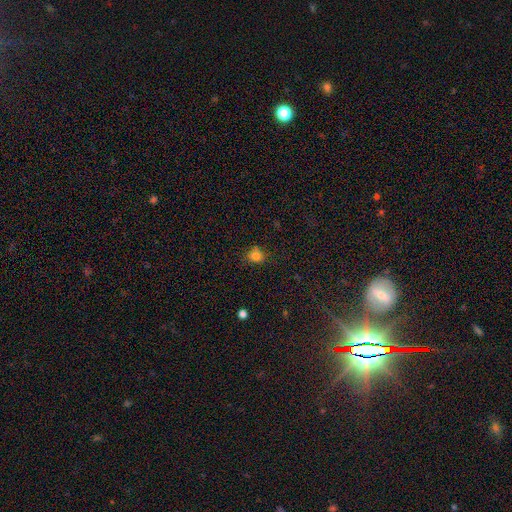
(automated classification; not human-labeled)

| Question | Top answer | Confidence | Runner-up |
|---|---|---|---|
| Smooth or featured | smooth | 82% | star or artifact (14%) |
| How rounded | round | 82% | in between (17%) |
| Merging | none | 80% | minor disturbance (14%) |